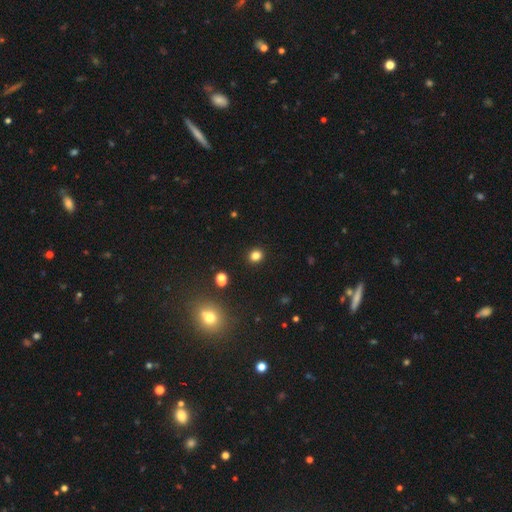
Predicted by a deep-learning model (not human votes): Overall: smooth (80%). How rounded: round (79%). Merging: none (91%).